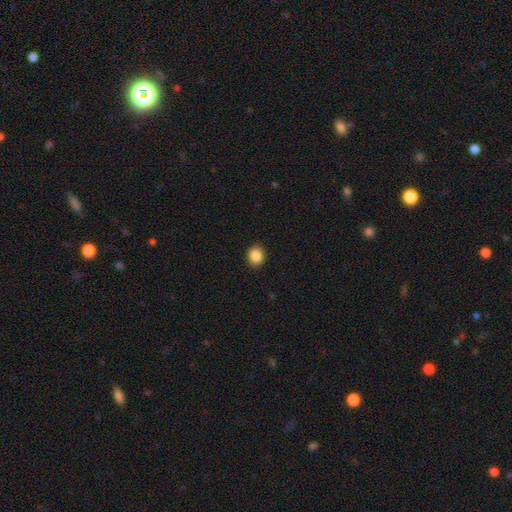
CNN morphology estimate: Overall: smooth (87%). How rounded: round (73%). Merging: none (91%).